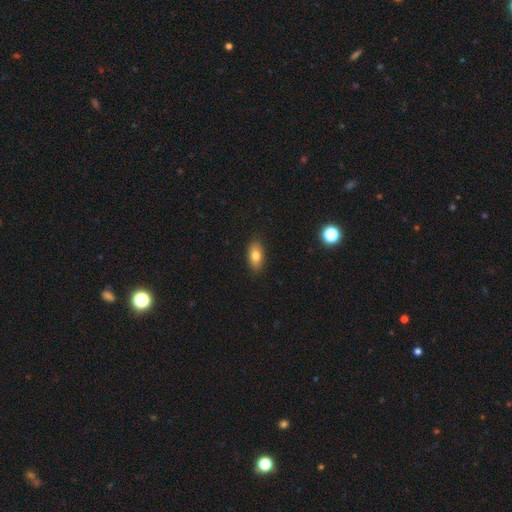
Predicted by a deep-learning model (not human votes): smooth_or_featured: smooth (p=0.79) [alt: featured or disk p=0.12]
how_rounded: in between (p=0.87) [alt: cigar-shaped p=0.07]
merging: none (p=0.88) [alt: minor disturbance p=0.09]